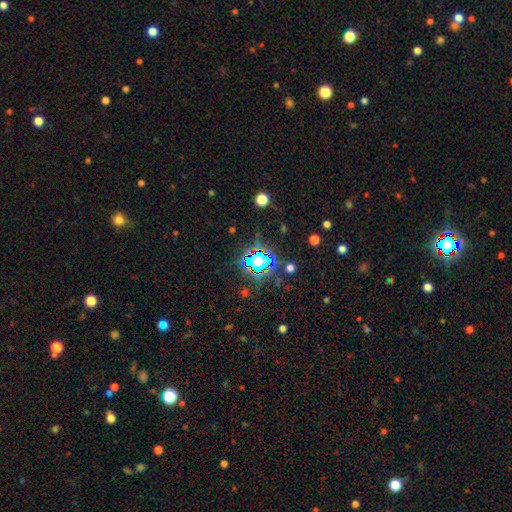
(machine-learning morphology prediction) Smooth or featured?
  - star or artifact: 75% *
  - smooth: 16%
  - featured or disk: 9%